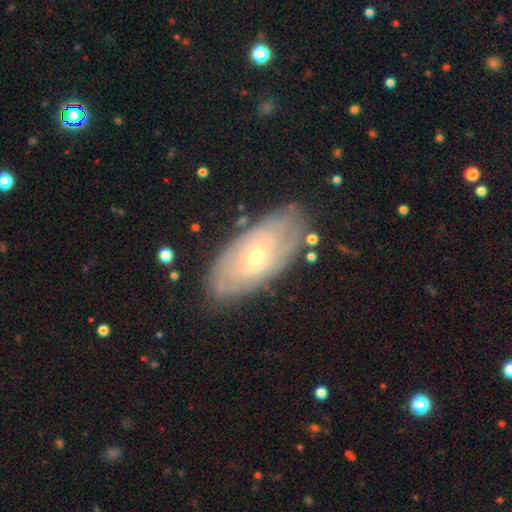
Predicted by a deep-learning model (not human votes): This is likely a featured or disk galaxy (79%). It is clearly not viewed edge-on (91%). Bar: possibly no (53%). Spiral arm pattern: clearly yes (88%). Spiral arm count: possibly can't tell (56%). Spiral winding: likely tight (77%). Central bulge: possibly small (51%). Merging: likely none (80%).